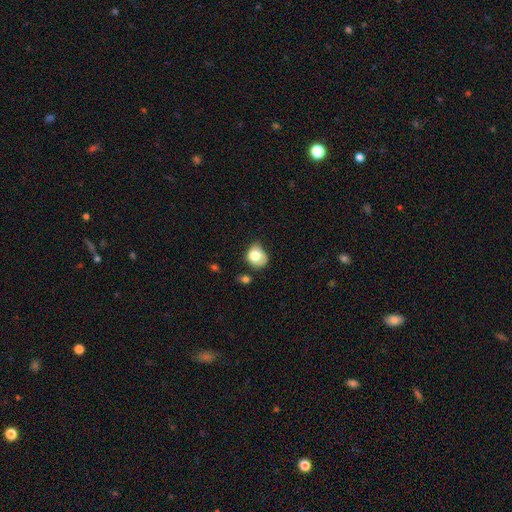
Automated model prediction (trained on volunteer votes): smooth 74%, featured or disk 18%, star or artifact 8%. Down the decision tree: how rounded — round (55%); merging — minor disturbance (40%).